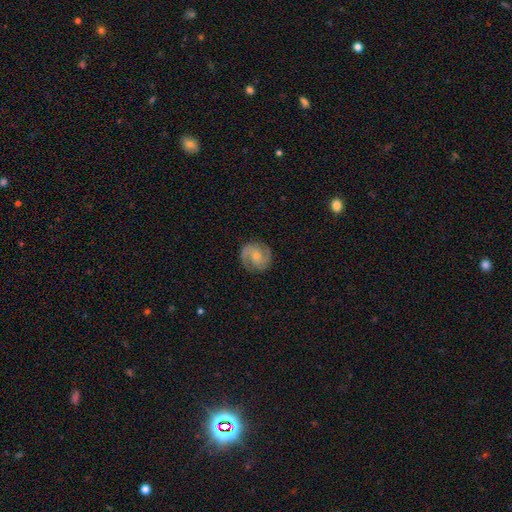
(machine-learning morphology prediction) Q: Smooth or featured?
A: featured or disk (81%); runner-up: smooth (13%)
Q: Edge-on disk?
A: no (98%); runner-up: yes (2%)
Q: Bar?
A: no (64%); runner-up: weak (30%)
Q: Spiral arms?
A: yes (97%); runner-up: no (3%)
Q: Spiral winding?
A: medium (49%); runner-up: tight (39%)
Q: Spiral arm count?
A: 2 (81%); runner-up: 3 (8%)
Q: Bulge size?
A: small (61%); runner-up: moderate (31%)
Q: Merging?
A: none (83%); runner-up: minor disturbance (12%)